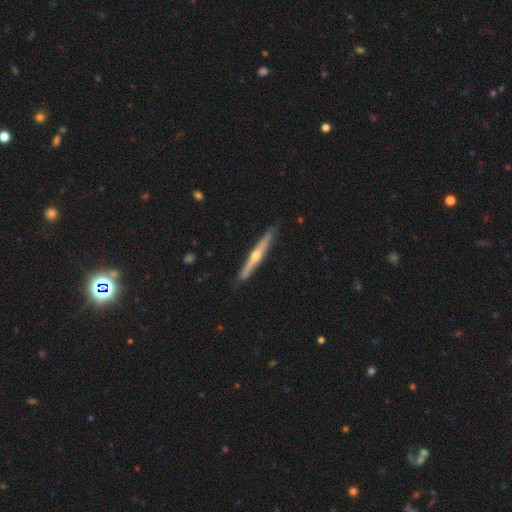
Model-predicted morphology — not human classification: The model was most divided on "smooth or featured": featured or disk: 72%, smooth: 23%, star or artifact: 5%. More confident: edge-on disk — yes (97%); edge-on bulge — rounded (89%); merging — none (88%).